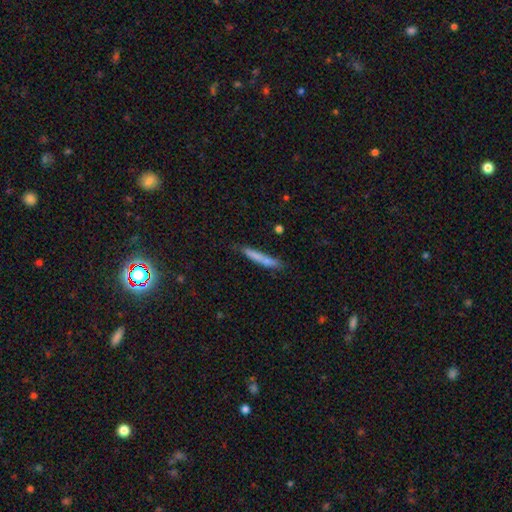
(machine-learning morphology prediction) Smooth or featured: smooth — 71% (featured or disk — 22%)
How rounded: cigar-shaped — 93% (in between — 5%)
Merging: none — 71% (minor disturbance — 20%)